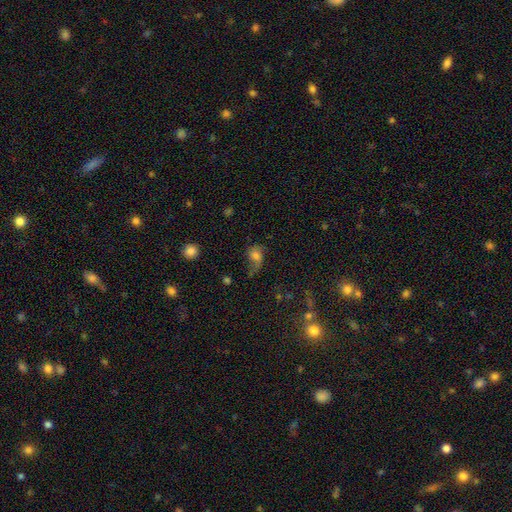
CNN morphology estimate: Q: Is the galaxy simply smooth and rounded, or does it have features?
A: smooth — 51%.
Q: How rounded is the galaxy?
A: in between — 55%.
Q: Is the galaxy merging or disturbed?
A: major disturbance — 37%.